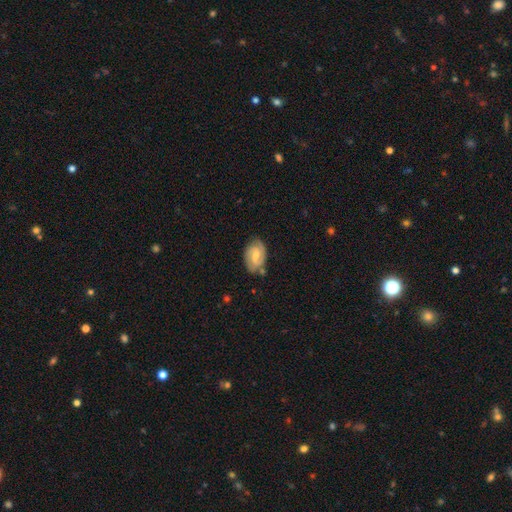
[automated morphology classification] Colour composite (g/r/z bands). It shows a featured or disk galaxy (74%) with a weak bar (57%), 2 (83%) medium (46%) spiral arms (93%) and a moderate central bulge (45%). Merging: none (76%).